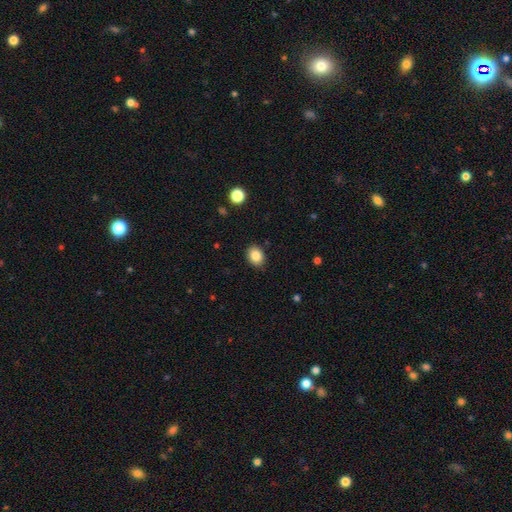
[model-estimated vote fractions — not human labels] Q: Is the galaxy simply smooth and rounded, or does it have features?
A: smooth — 85%.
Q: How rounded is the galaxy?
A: in between — 56%.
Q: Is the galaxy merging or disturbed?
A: none — 87%.